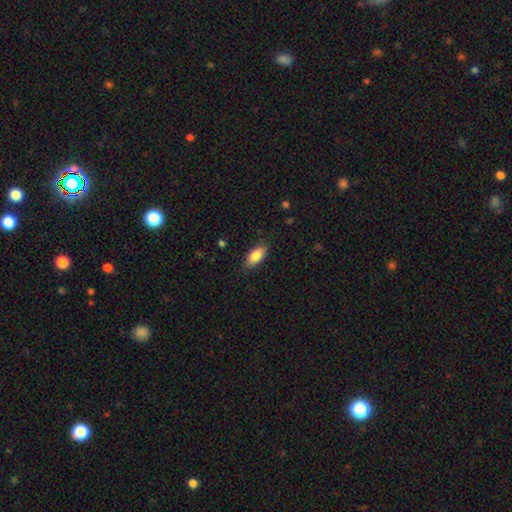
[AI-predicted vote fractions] Smooth or featured?
  - smooth: 83% *
  - featured or disk: 10%
  - star or artifact: 7%
How rounded?
  - in between: 86% *
  - cigar-shaped: 11%
  - round: 3%
Merging?
  - none: 83% *
  - minor disturbance: 14%
  - major disturbance: 3%
  - merger: 1%